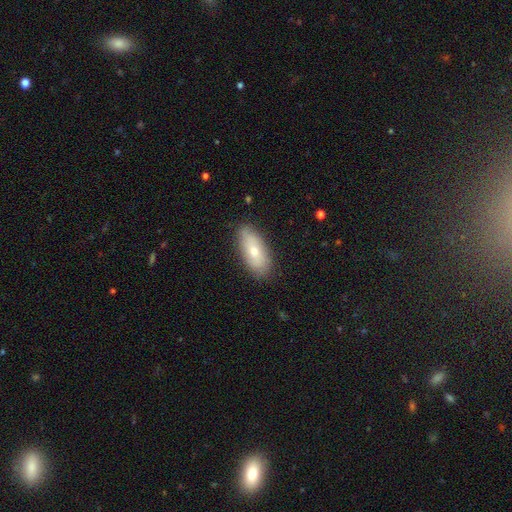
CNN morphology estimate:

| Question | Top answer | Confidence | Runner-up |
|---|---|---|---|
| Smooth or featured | smooth | 70% | featured or disk (23%) |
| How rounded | in between | 83% | cigar-shaped (14%) |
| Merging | none | 83% | minor disturbance (13%) |